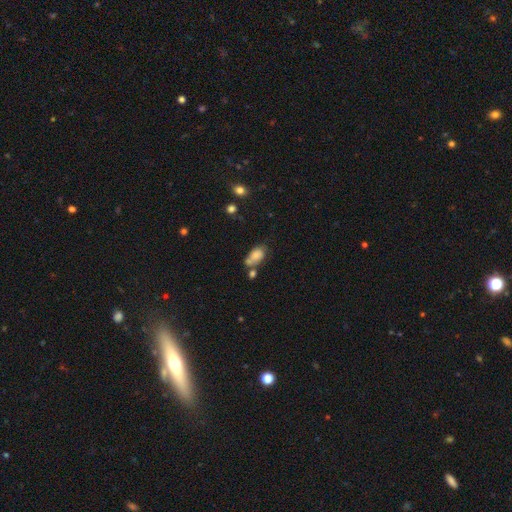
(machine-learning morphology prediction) type=smooth (72%); roundness=in between (87%); merging=none (37%).